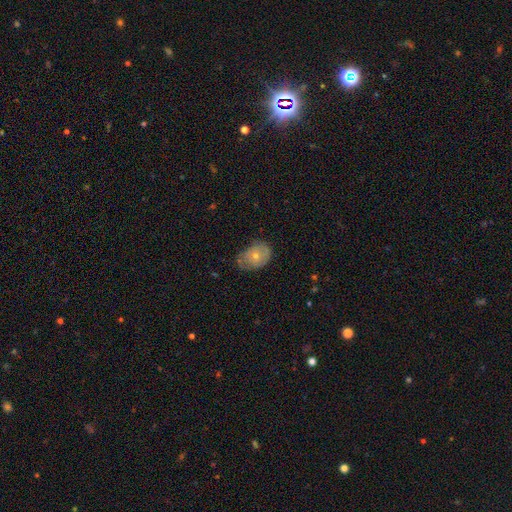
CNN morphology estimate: A smooth galaxy with no disk features (52%) that is in between round and cigar-shaped (75%).

Vote fractions:
- Smooth or featured? smooth: 52% / featured or disk: 38% / star or artifact: 9%
- How rounded? in between: 75% / round: 24% / cigar-shaped: 1%
- Merging? none: 62% / minor disturbance: 29% / major disturbance: 7% / merger: 1%